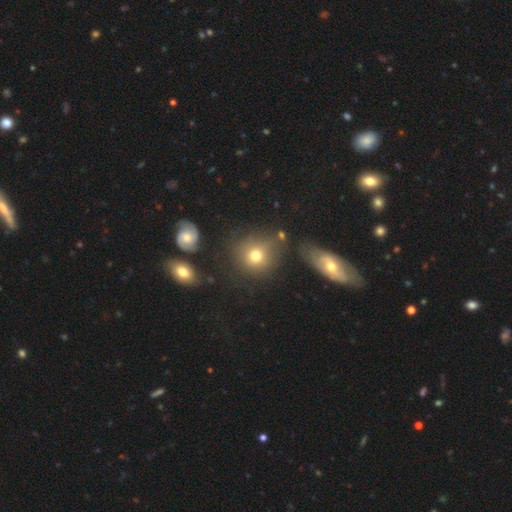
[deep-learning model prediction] A smooth galaxy with no disk features (71%) that is round (85%).

Vote fractions:
- Smooth or featured? smooth: 71% / featured or disk: 14% / star or artifact: 14%
- How rounded? round: 85% / in between: 14% / cigar-shaped: 1%
- Merging? none: 63% / minor disturbance: 17% / merger: 10% / major disturbance: 10%